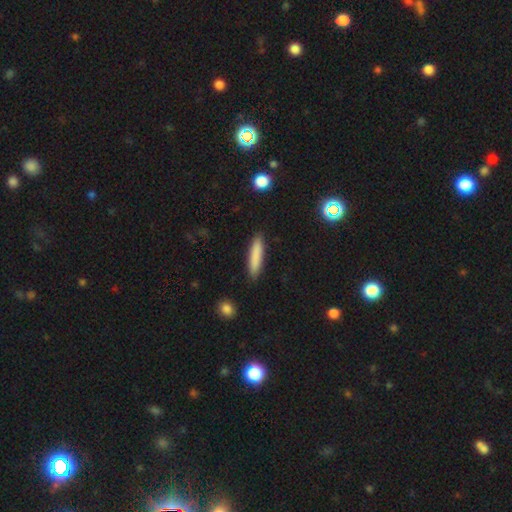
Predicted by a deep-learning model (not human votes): A smooth galaxy with no disk features (83%) that is cigar-shaped (86%).

Vote fractions:
- Smooth or featured? smooth: 83% / featured or disk: 10% / star or artifact: 7%
- How rounded? cigar-shaped: 86% / in between: 13% / round: 1%
- Merging? none: 89% / minor disturbance: 8% / major disturbance: 2% / merger: 1%